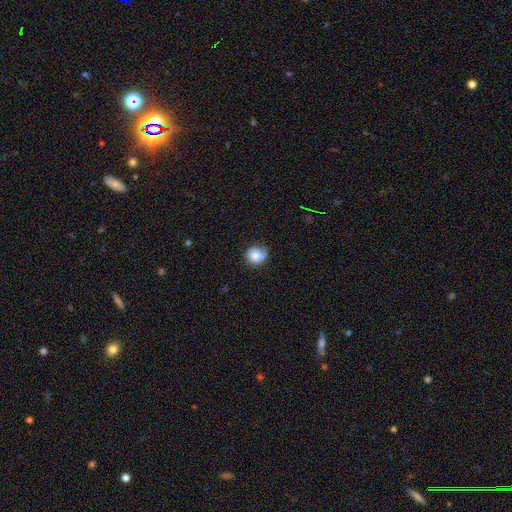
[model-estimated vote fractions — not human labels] Q: Smooth or featured?
A: smooth (76%); runner-up: featured or disk (16%)
Q: How rounded?
A: round (82%); runner-up: in between (17%)
Q: Merging?
A: none (64%); runner-up: minor disturbance (27%)